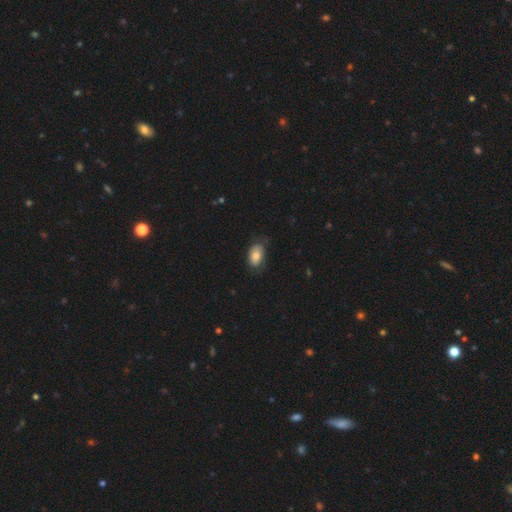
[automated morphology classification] A smooth galaxy with no disk features (75%) that is in between round and cigar-shaped (88%). Merging: none (58%).